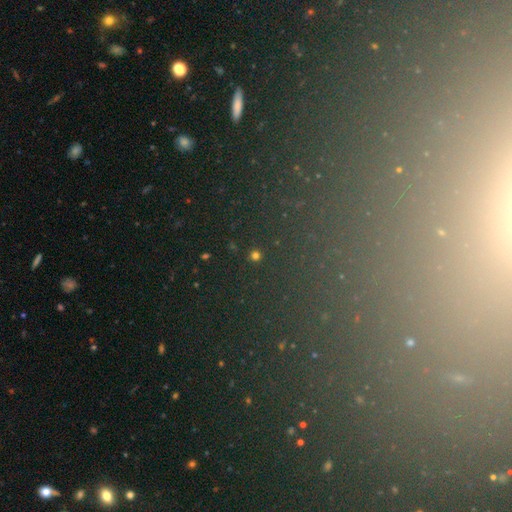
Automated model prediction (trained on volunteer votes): A star or artifact, not a galaxy (48%).

Vote fractions:
- Smooth or featured? star or artifact: 48% / smooth: 44% / featured or disk: 8%